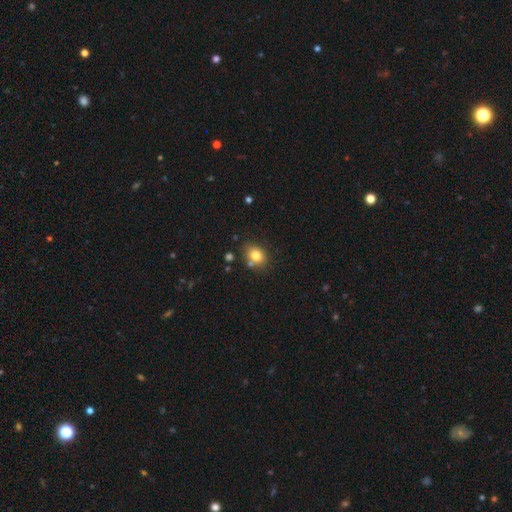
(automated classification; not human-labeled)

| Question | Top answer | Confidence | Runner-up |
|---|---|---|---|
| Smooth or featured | smooth | 80% | star or artifact (11%) |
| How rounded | in between | 51% | round (48%) |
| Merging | none | 69% | minor disturbance (15%) |